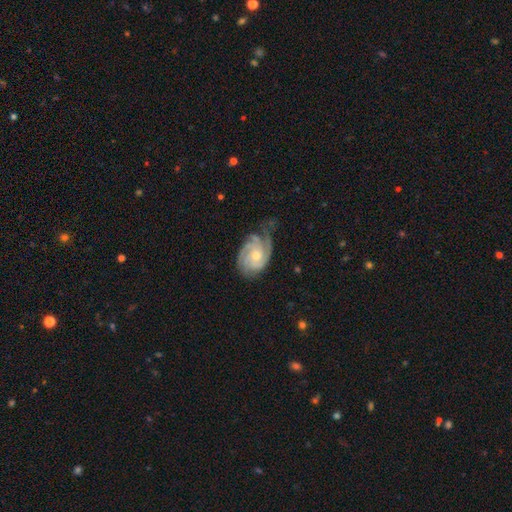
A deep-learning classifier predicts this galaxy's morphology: This appears to be a featured or disk galaxy (86%) with no bar (73%), 3 (36%) tight (64%) spiral arms (98%) and a moderate central bulge (54%). Merging: none (62%).